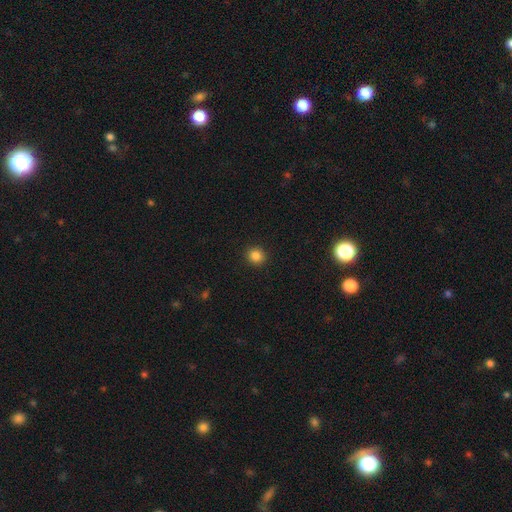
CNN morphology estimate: smooth_or_featured: smooth (p=0.85) [alt: star or artifact p=0.12]
how_rounded: round (p=0.90) [alt: in between p=0.09]
merging: none (p=0.92) [alt: minor disturbance p=0.05]